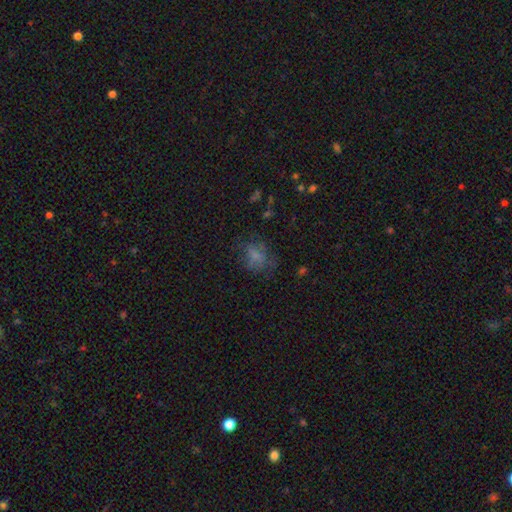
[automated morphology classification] smooth 60%, featured or disk 22%, star or artifact 18%. Down the decision tree: how rounded — in between (51%); merging — none (54%).